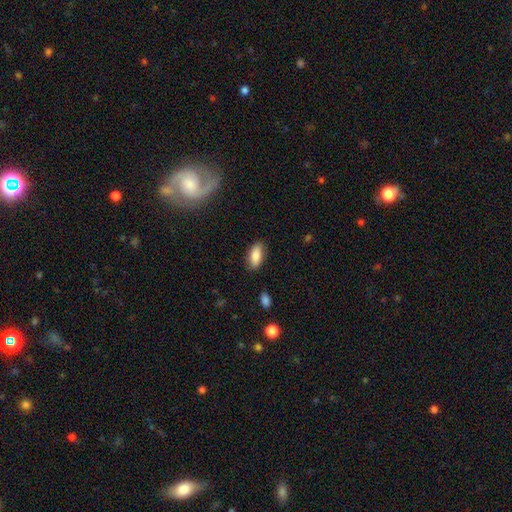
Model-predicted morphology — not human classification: Smooth or featured: smooth — 84% (featured or disk — 9%)
How rounded: in between — 85% (cigar-shaped — 12%)
Merging: none — 83% (minor disturbance — 13%)